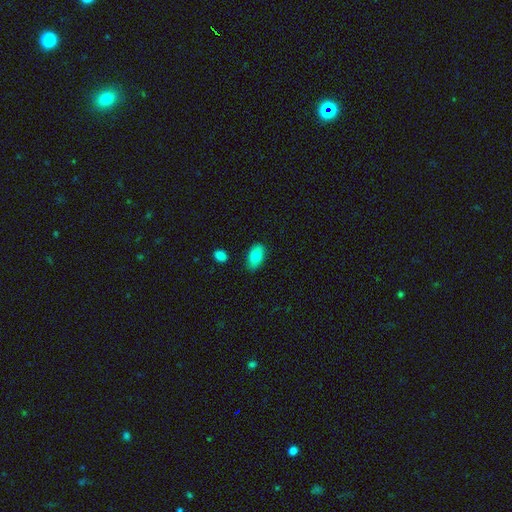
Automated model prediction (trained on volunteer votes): Morphology: type=smooth (82%); roundness=in between (92%); merging=none (84%).